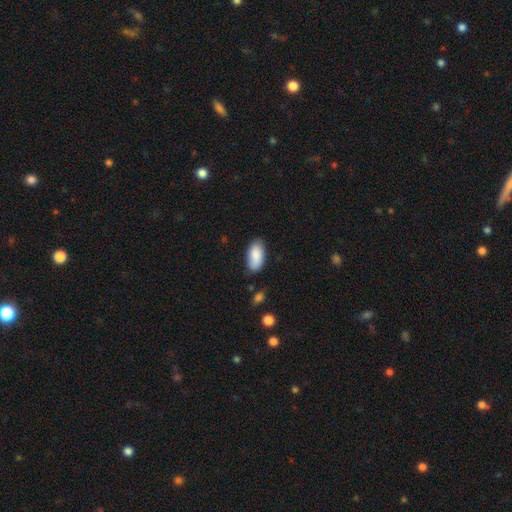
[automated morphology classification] A smooth galaxy with no disk features (87%) that is in between round and cigar-shaped (94%). Merging: none (79%).